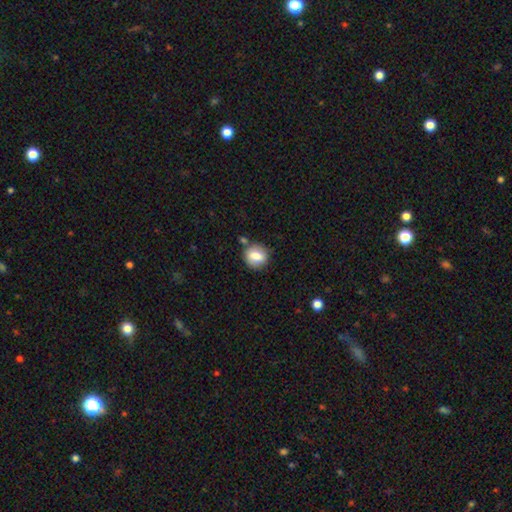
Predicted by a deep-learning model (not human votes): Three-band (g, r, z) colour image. It shows a smooth galaxy with no disk features (77%) that is round (76%). Merging: none (75%).